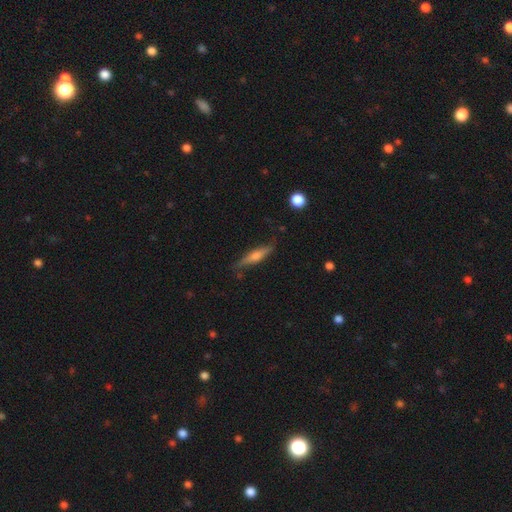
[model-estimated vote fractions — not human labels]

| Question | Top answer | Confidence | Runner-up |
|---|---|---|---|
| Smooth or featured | featured or disk | 54% | smooth (39%) |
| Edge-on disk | yes | 94% | no (6%) |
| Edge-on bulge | rounded | 78% | boxy (13%) |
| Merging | none | 79% | minor disturbance (16%) |